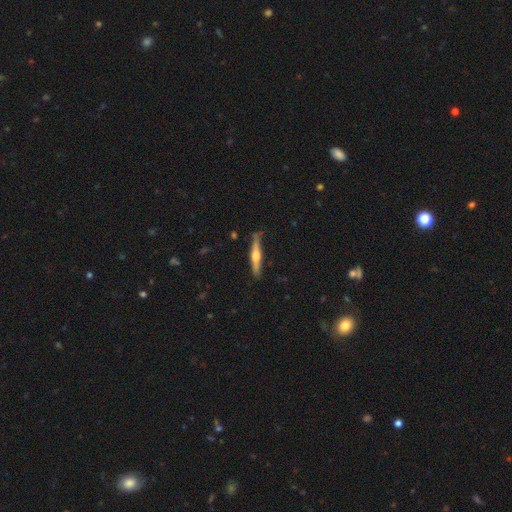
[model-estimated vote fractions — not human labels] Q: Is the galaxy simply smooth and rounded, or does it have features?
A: featured or disk — 63%.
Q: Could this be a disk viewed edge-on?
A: yes — 97%.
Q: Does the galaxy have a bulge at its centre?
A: rounded — 87%.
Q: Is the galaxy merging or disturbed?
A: none — 80%.